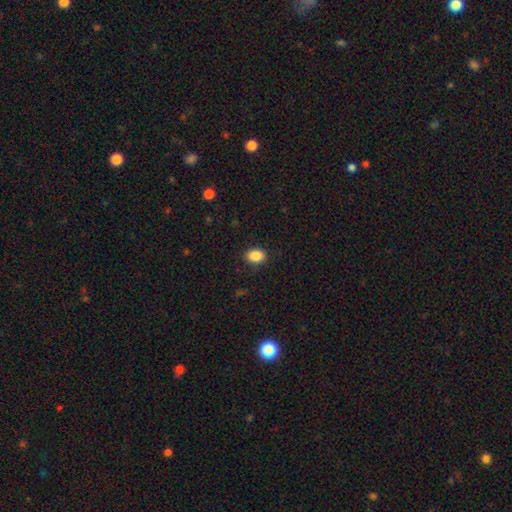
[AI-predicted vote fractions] smooth_or_featured: smooth (p=0.87) [alt: star or artifact p=0.08]
how_rounded: in between (p=0.75) [alt: round p=0.24]
merging: none (p=0.88) [alt: minor disturbance p=0.09]